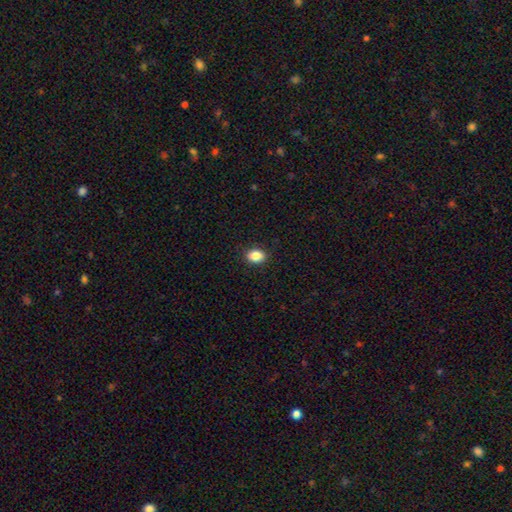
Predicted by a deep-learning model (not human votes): A smooth galaxy with no disk features (86%) that is in between round and cigar-shaped (56%).

Vote fractions:
- Smooth or featured? smooth: 86% / star or artifact: 10% / featured or disk: 4%
- How rounded? in between: 56% / round: 43% / cigar-shaped: 1%
- Merging? none: 90% / minor disturbance: 7% / major disturbance: 2% / merger: 1%